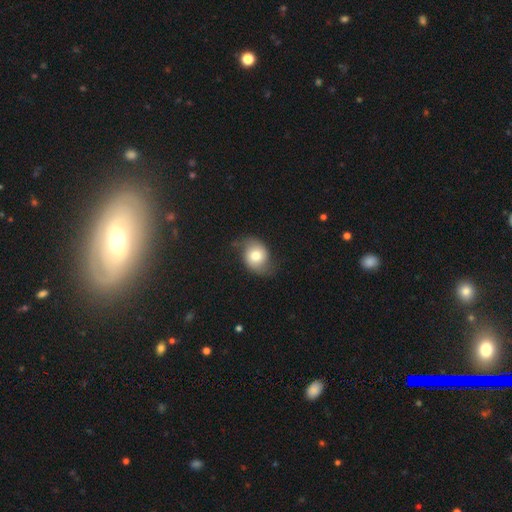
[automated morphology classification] Smooth or featured? Predicted: smooth (p=0.58). How rounded? Predicted: in between (p=0.51). Merging? Predicted: none (p=0.59).